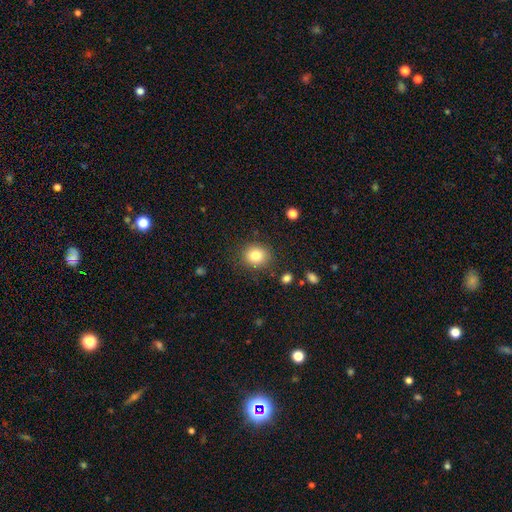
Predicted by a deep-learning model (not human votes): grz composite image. It shows a smooth galaxy with no disk features (83%) that is round (76%). Merging: none (85%).